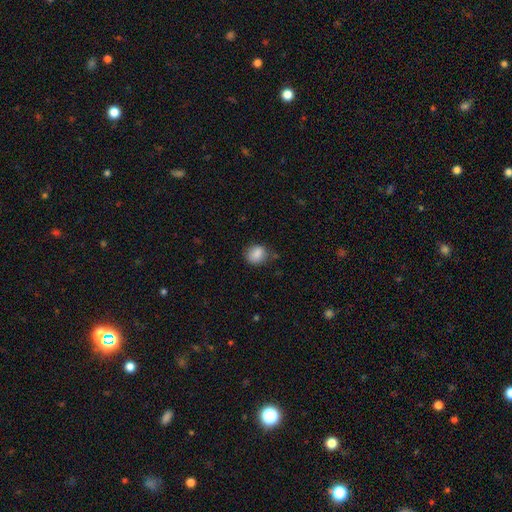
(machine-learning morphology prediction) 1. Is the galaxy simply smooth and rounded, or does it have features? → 84% smooth, 9% star or artifact, 7% featured or disk.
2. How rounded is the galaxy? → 67% round, 31% in between, 1% cigar-shaped.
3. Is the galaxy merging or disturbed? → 73% none, 20% minor disturbance, 5% major disturbance, 2% merger.